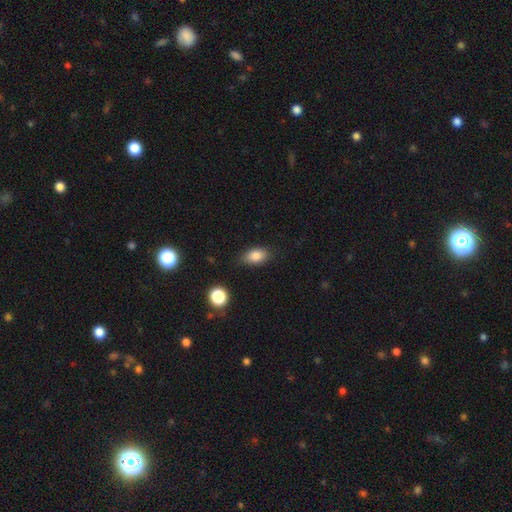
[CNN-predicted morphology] The model was most divided on "merging": none: 78%, minor disturbance: 16%, major disturbance: 3%, merger: 2%. More confident: how rounded — in between (86%); smooth or featured — smooth (84%).